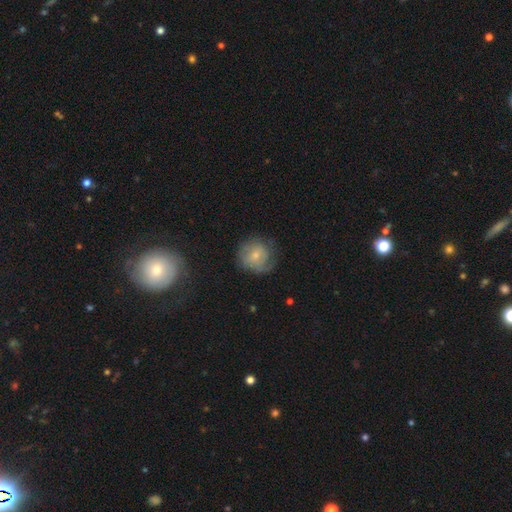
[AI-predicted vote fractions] Smooth or featured? Predicted: smooth (p=0.55). How rounded? Predicted: round (p=0.87). Merging? Predicted: none (p=0.65).